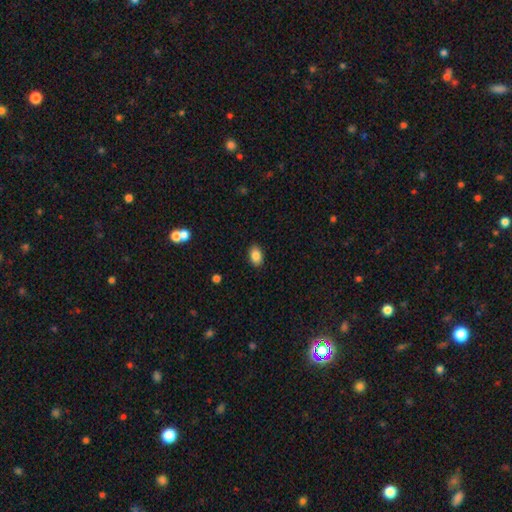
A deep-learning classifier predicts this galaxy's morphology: Smooth or featured: smooth — 86% (star or artifact — 8%)
How rounded: in between — 85% (round — 14%)
Merging: none — 89% (minor disturbance — 8%)